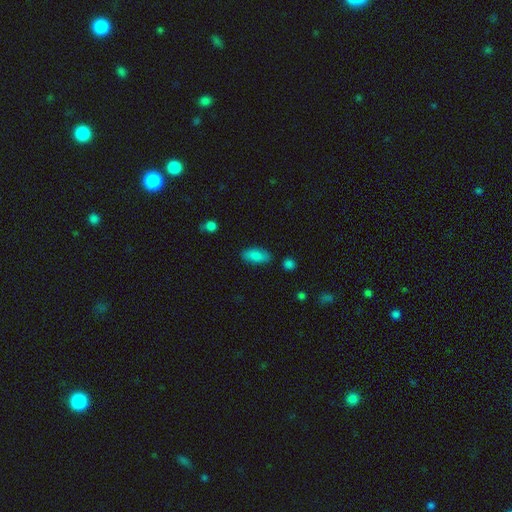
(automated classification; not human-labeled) A smooth galaxy with no disk features (84%) that is in between round and cigar-shaped (87%). Merging: none (83%).